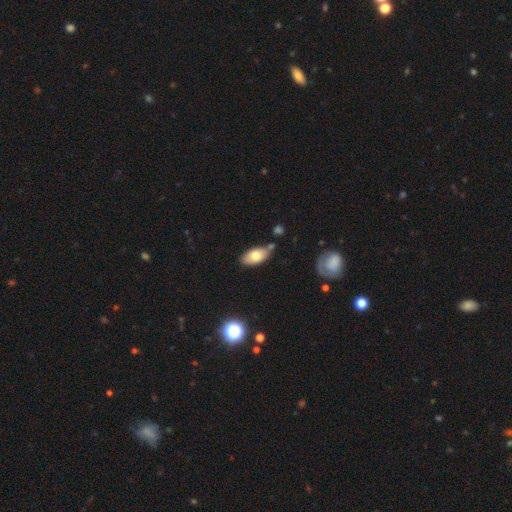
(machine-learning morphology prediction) Q: Smooth or featured?
A: smooth (73%); runner-up: featured or disk (19%)
Q: How rounded?
A: in between (92%); runner-up: cigar-shaped (4%)
Q: Merging?
A: none (68%); runner-up: minor disturbance (19%)